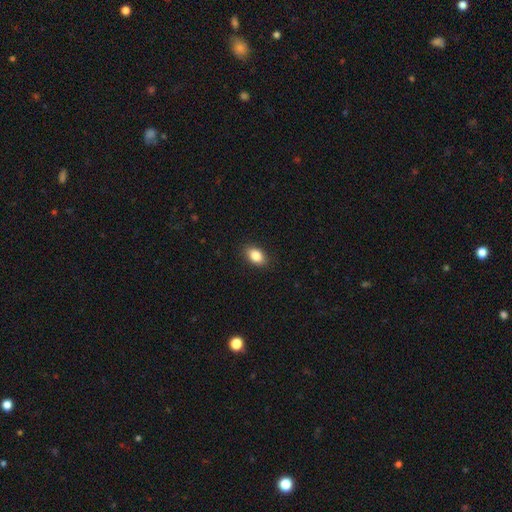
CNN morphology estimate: A smooth galaxy with no disk features (86%) that is in between round and cigar-shaped (87%).

Vote fractions:
- Smooth or featured? smooth: 86% / star or artifact: 8% / featured or disk: 6%
- How rounded? in between: 87% / round: 12% / cigar-shaped: 2%
- Merging? none: 88% / minor disturbance: 8% / major disturbance: 2% / merger: 1%